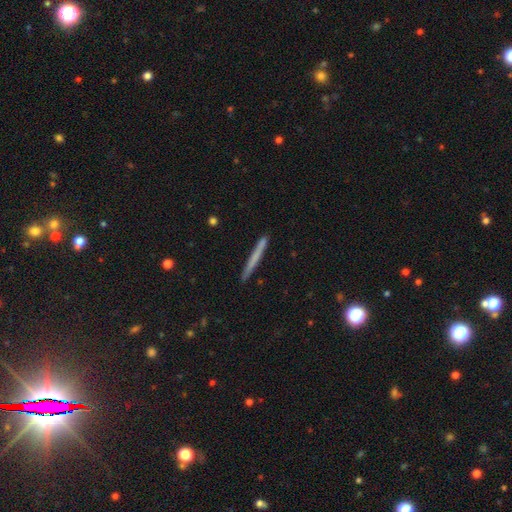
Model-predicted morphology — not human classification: Smooth or featured: smooth — 61% (featured or disk — 33%)
How rounded: cigar-shaped — 97% (in between — 2%)
Merging: none — 90% (minor disturbance — 7%)